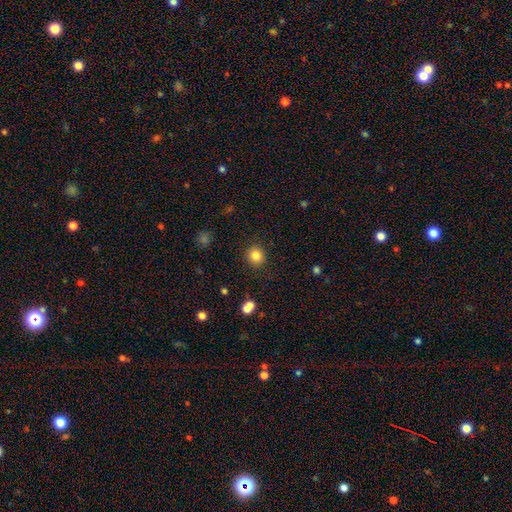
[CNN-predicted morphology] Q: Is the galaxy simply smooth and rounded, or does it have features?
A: smooth — 84%.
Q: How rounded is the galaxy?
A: round — 89%.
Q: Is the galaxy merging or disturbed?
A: none — 89%.